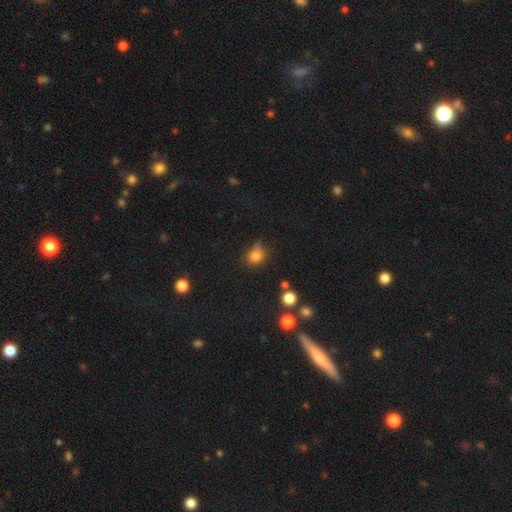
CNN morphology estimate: A smooth galaxy with no disk features (77%) that is round (70%). Merging: none (53%).